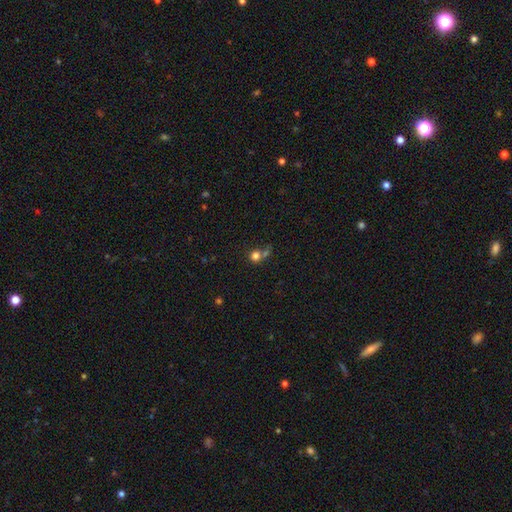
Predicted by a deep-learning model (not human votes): Q: Smooth or featured?
A: smooth (78%); runner-up: star or artifact (14%)
Q: How rounded?
A: round (86%); runner-up: in between (13%)
Q: Merging?
A: none (47%); runner-up: merger (36%)